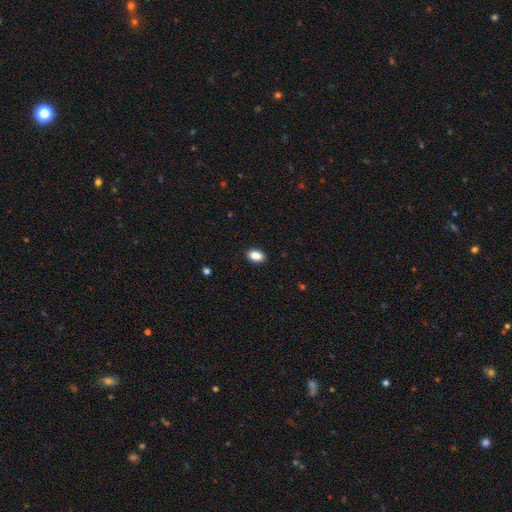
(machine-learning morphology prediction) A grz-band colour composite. It shows a smooth galaxy with no disk features (88%) that is in between round and cigar-shaped (87%). Merging: none (90%).